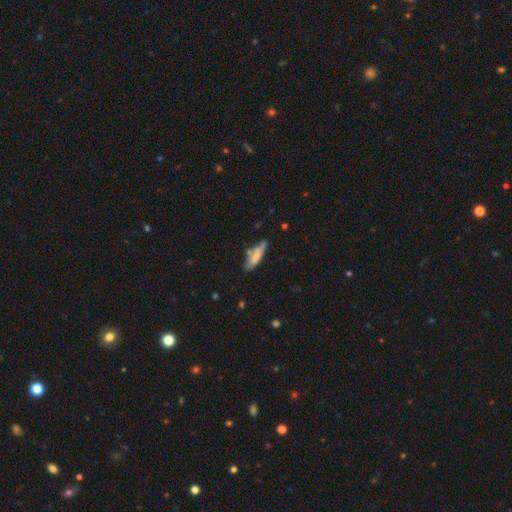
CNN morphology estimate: Smooth or featured: smooth — 67% (featured or disk — 26%)
How rounded: cigar-shaped — 57% (in between — 41%)
Merging: none — 55% (minor disturbance — 27%)